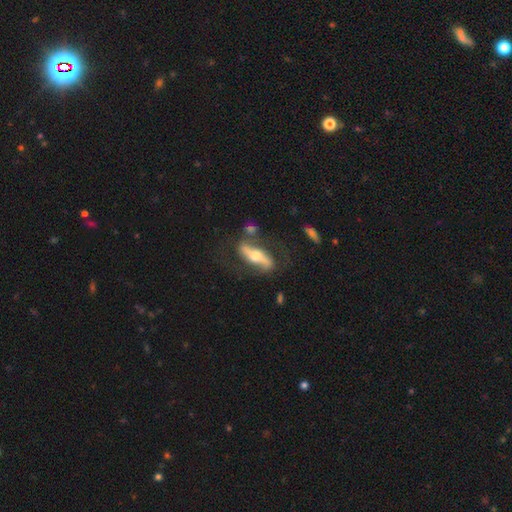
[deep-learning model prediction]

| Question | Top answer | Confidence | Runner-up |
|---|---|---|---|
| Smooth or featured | featured or disk | 72% | smooth (23%) |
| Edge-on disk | no | 62% | yes (38%) |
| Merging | none | 63% | minor disturbance (18%) |